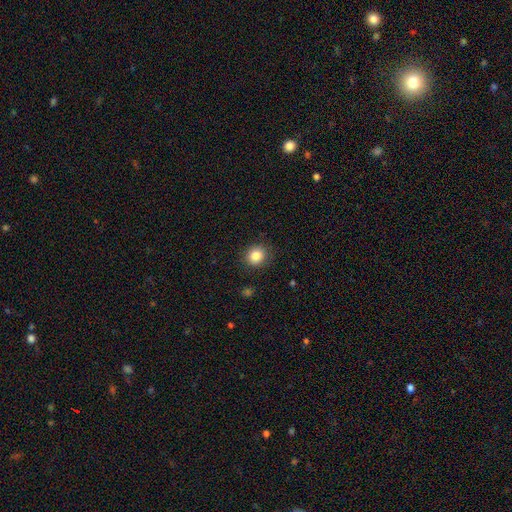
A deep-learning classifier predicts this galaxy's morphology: Smooth or featured? smooth (84%)
How rounded? round (81%)
Merging? none (88%)